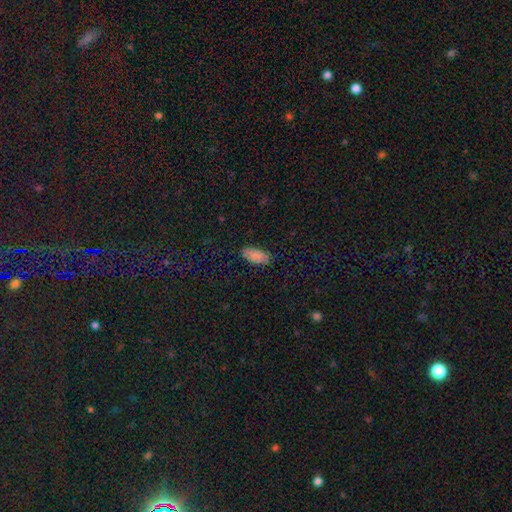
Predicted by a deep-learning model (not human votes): smooth_or_featured: smooth (p=0.84) [alt: star or artifact p=0.10]
how_rounded: in between (p=0.94) [alt: cigar-shaped p=0.04]
merging: none (p=0.84) [alt: minor disturbance p=0.13]